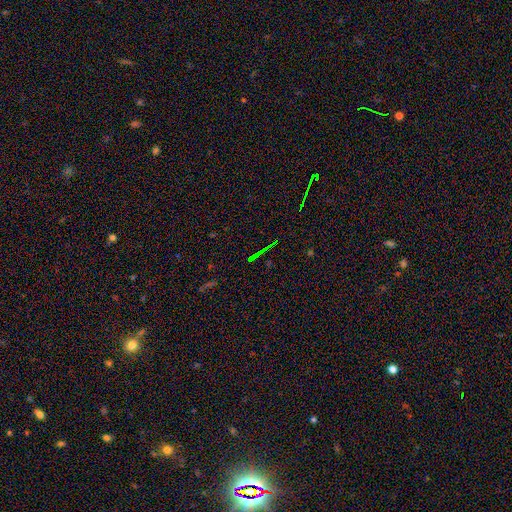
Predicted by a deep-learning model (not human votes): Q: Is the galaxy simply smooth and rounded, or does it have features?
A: star or artifact — 69%.